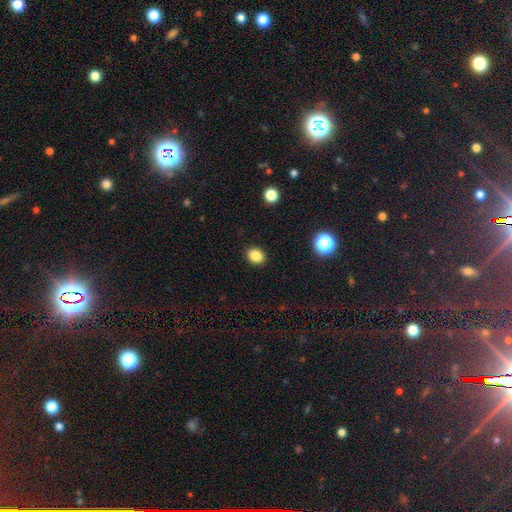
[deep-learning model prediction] A smooth galaxy with no disk features (86%) that is round (51%). Merging: none (89%).